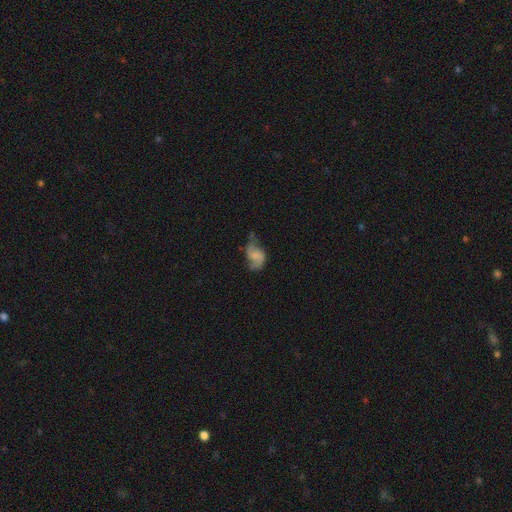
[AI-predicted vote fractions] Smooth or featured? Predicted: featured or disk (p=0.61). Edge-on disk? Predicted: no (p=0.97). Bar? Predicted: no (p=0.56). Spiral arms? Predicted: yes (p=0.87). Spiral winding? Predicted: loose (p=0.60). Spiral arm count? Predicted: 2 (p=0.84). Bulge size? Predicted: none (p=0.48). Merging? Predicted: none (p=0.40).